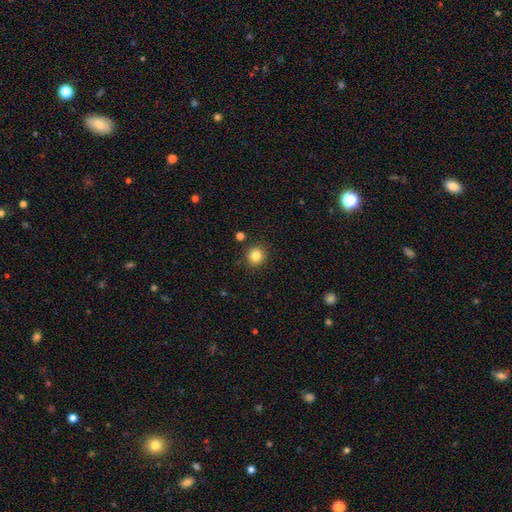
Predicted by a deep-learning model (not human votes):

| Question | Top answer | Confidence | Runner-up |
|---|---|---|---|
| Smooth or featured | smooth | 83% | star or artifact (11%) |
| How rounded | round | 91% | in between (8%) |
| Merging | none | 90% | minor disturbance (6%) |